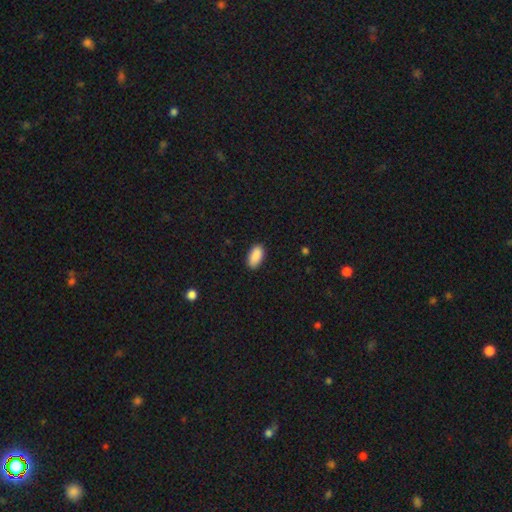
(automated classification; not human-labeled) Smooth or featured? Predicted: smooth (p=0.90). How rounded? Predicted: in between (p=0.94). Merging? Predicted: none (p=0.89).